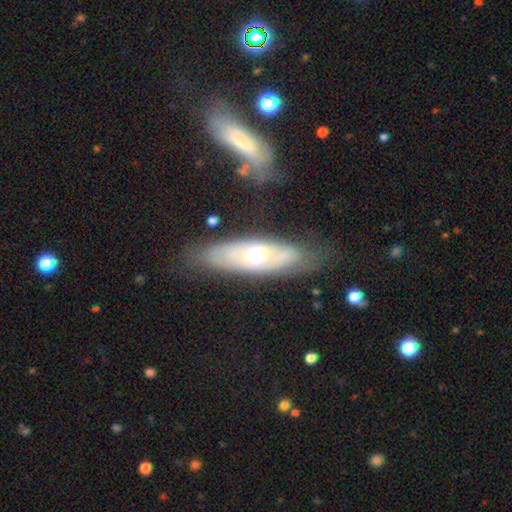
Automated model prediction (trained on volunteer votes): Smooth or featured? Predicted: featured or disk (p=0.53). Edge-on disk? Predicted: no (p=0.60). Merging? Predicted: none (p=0.77).